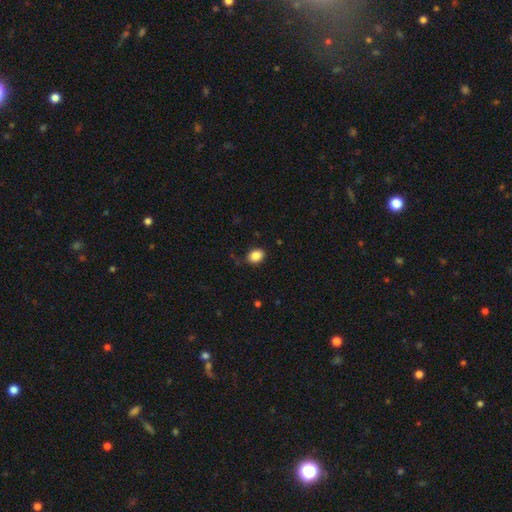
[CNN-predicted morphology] A smooth galaxy with no disk features (86%) that is in between round and cigar-shaped (67%).

Vote fractions:
- Smooth or featured? smooth: 86% / star or artifact: 9% / featured or disk: 5%
- How rounded? in between: 67% / round: 32% / cigar-shaped: 1%
- Merging? none: 82% / minor disturbance: 14% / major disturbance: 3% / merger: 2%